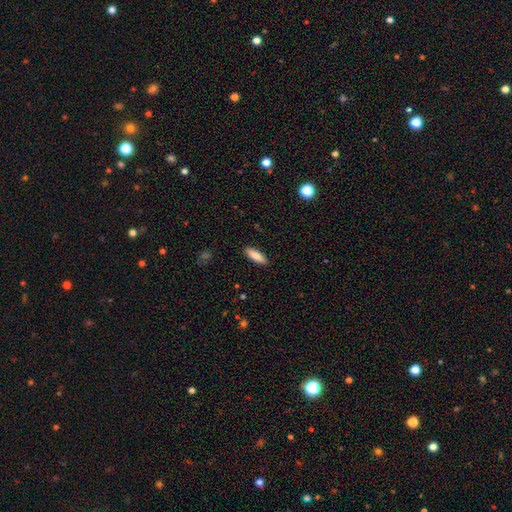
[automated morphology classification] Smooth or featured? smooth (85%)
How rounded? in between (51%)
Merging? none (89%)